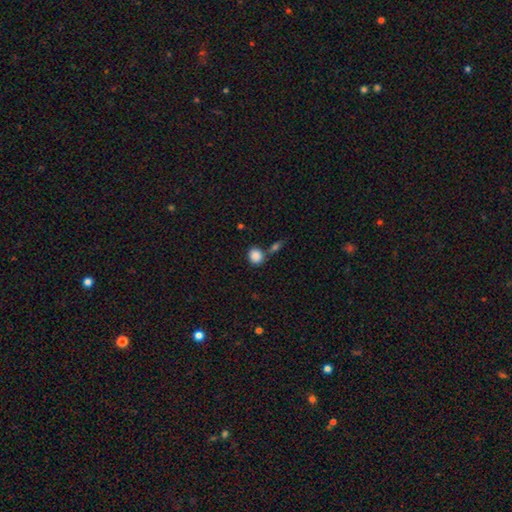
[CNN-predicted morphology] This is clearly a smooth galaxy (87%). How rounded: likely round (71%). Merging: likely none (66%).